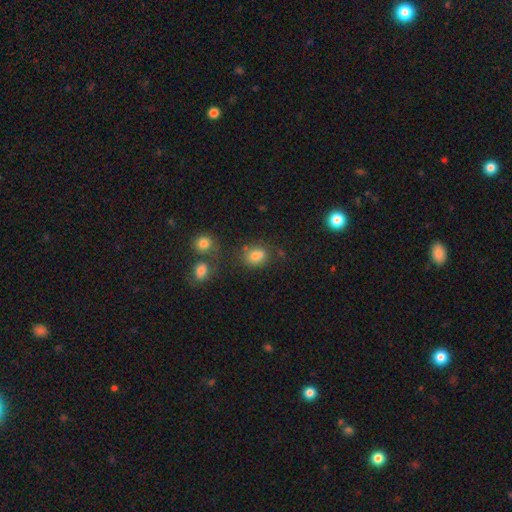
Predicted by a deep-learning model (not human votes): A smooth galaxy with no disk features (74%) that is round (53%). Merging: none (49%).